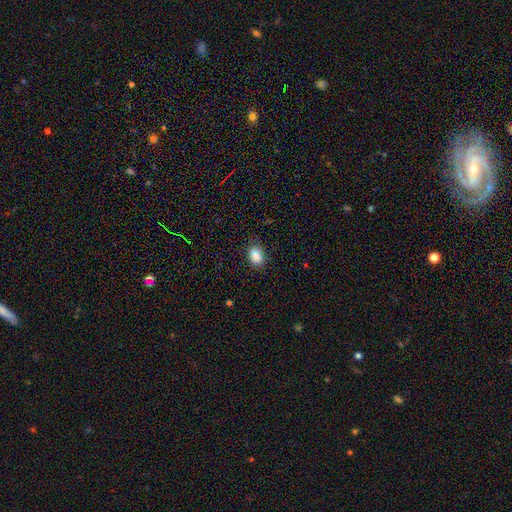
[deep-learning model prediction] The model was most divided on "how rounded": in between: 81%, round: 17%, cigar-shaped: 1%. More confident: smooth or featured — smooth (88%); merging — none (84%).